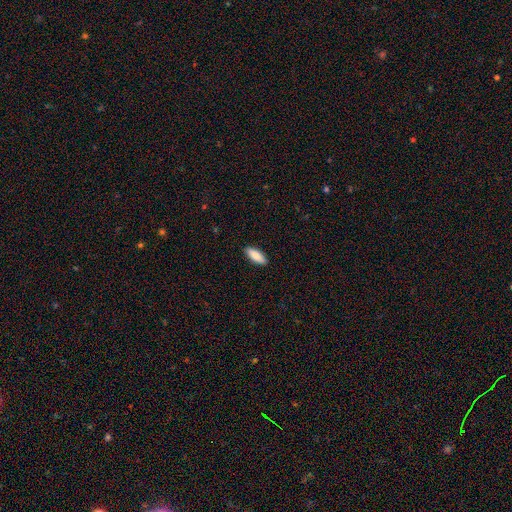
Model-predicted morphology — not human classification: Smooth or featured? smooth (86%)
How rounded? in between (68%)
Merging? none (90%)